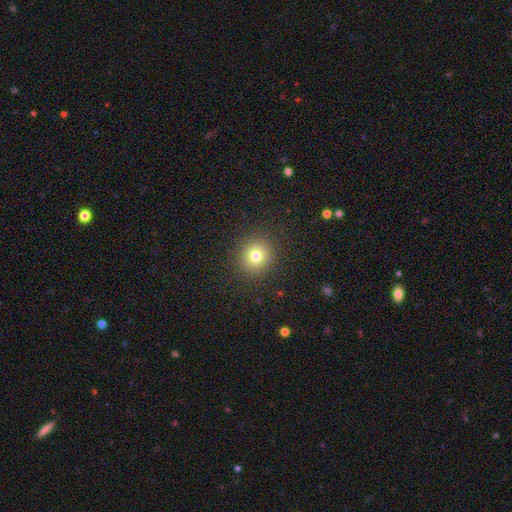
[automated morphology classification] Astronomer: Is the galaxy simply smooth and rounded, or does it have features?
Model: smooth — 76%.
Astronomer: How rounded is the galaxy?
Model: round — 87%.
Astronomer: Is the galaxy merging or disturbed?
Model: none — 90%.